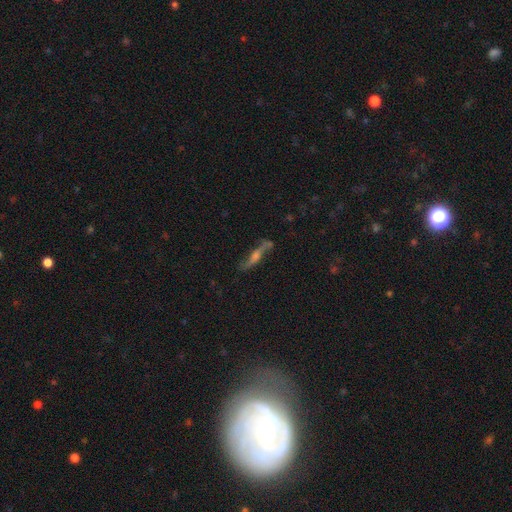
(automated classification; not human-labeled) Morphology: type=featured or disk (71%); edge-on=yes (72%); edge-on bulge=rounded (77%); merging=none (69%).